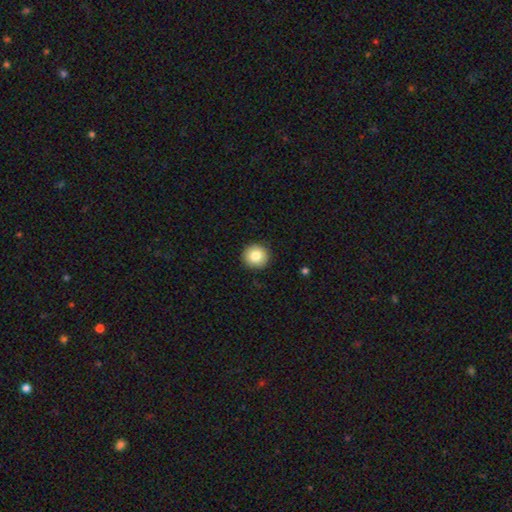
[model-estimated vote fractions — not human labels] smooth-or-featured: smooth: 83% | star or artifact: 9% | featured or disk: 8%
  how-rounded: round: 93% | in between: 6% | cigar-shaped: 1%
  merging: none: 92% | minor disturbance: 5% | major disturbance: 2% | merger: 1%